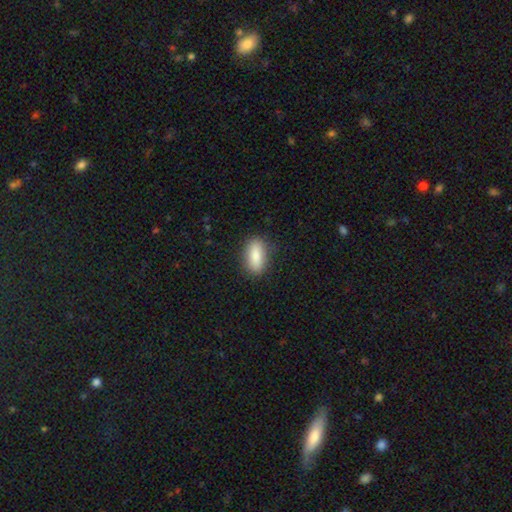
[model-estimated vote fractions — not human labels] smooth 85%, featured or disk 8%, star or artifact 7%. Down the decision tree: how rounded — in between (80%); merging — none (85%).